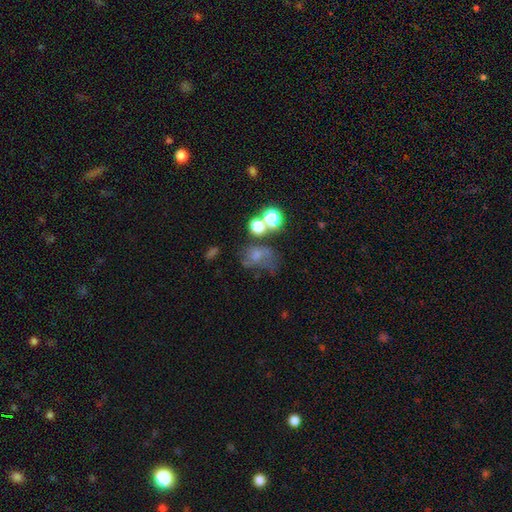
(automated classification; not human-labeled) Smooth or featured: smooth — 43% (featured or disk — 29%)
Merging: none — 32% (major disturbance — 29%)